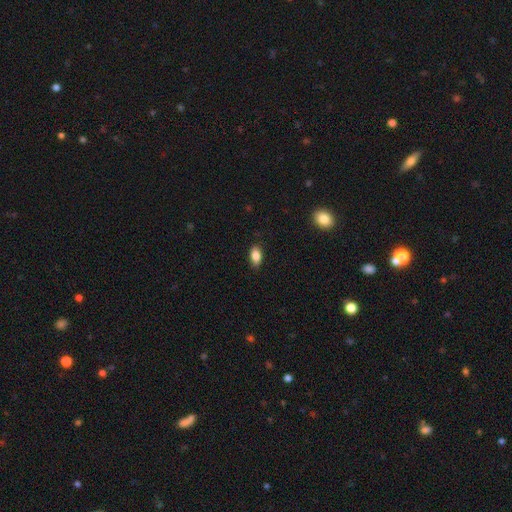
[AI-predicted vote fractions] A smooth galaxy with no disk features (86%) that is in between round and cigar-shaped (90%).

Vote fractions:
- Smooth or featured? smooth: 86% / star or artifact: 8% / featured or disk: 6%
- How rounded? in between: 90% / round: 6% / cigar-shaped: 4%
- Merging? none: 83% / minor disturbance: 14% / major disturbance: 2% / merger: 1%